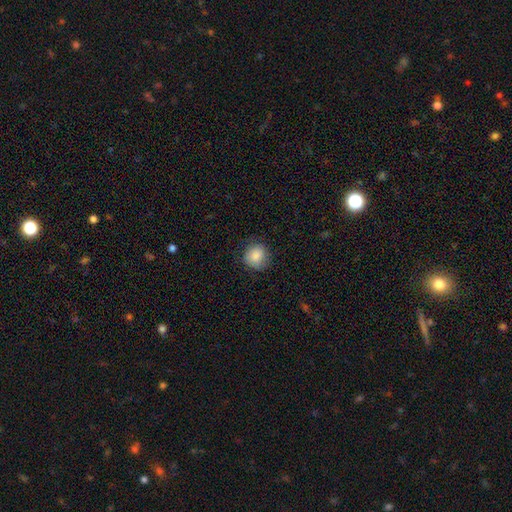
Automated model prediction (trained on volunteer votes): This appears to be a smooth galaxy with no disk features (85%) that is round (84%). Merging: none (76%).